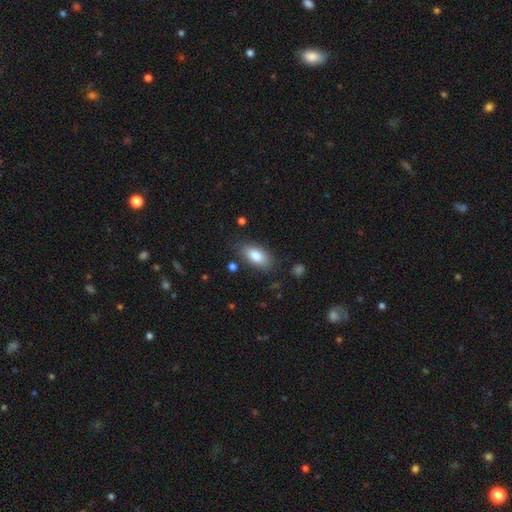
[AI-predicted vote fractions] A smooth galaxy with no disk features (83%) that is in between round and cigar-shaped (90%). Merging: none (81%).